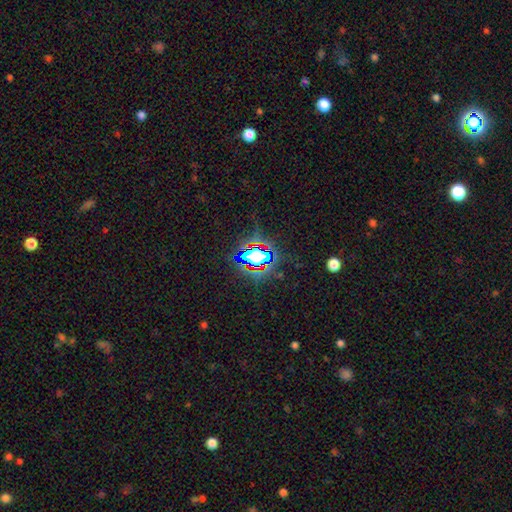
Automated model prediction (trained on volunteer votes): Q: Smooth or featured?
A: star or artifact (80%); runner-up: smooth (12%)